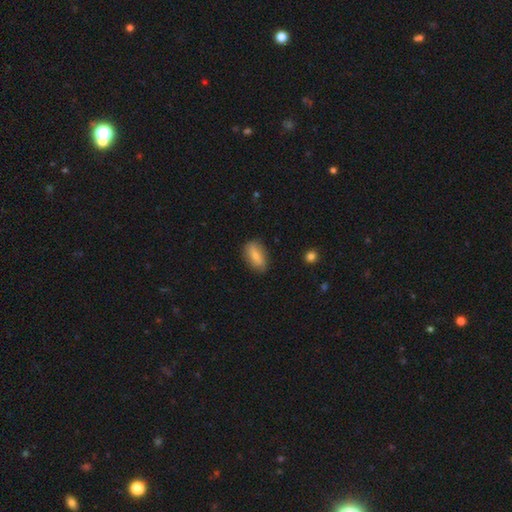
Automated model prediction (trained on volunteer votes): Overall: smooth (73%). How rounded: in between (83%). Merging: none (79%).